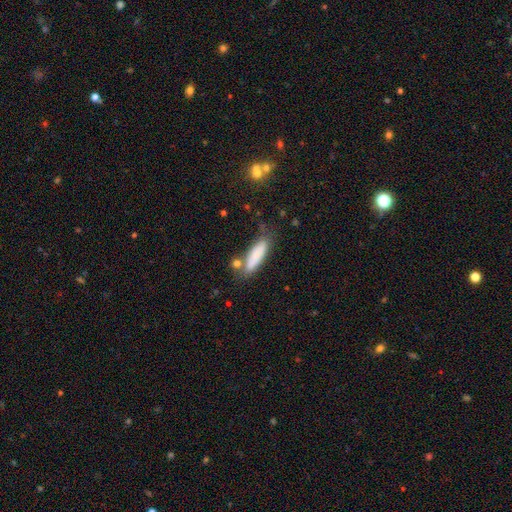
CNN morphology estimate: Smooth or featured? smooth (79%)
How rounded? cigar-shaped (55%)
Merging? none (65%)